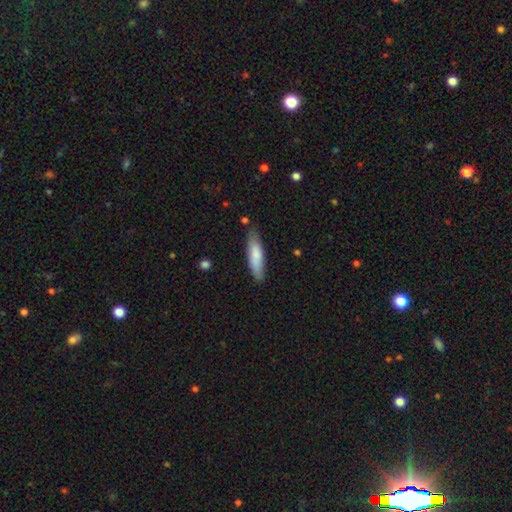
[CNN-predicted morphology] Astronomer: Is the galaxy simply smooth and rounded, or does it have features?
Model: smooth — 79%.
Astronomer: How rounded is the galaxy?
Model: cigar-shaped — 67%.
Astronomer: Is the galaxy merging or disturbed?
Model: none — 79%.